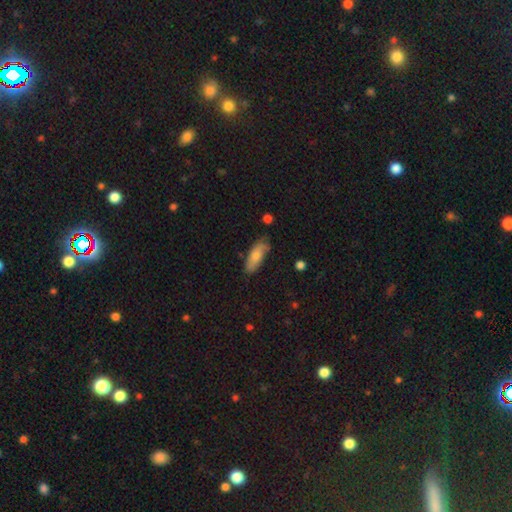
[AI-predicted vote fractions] This is likely a smooth galaxy (71%). How rounded: likely in between (62%). Merging: likely none (73%).